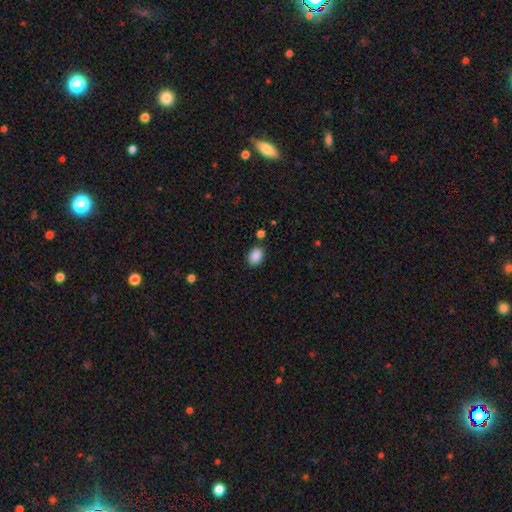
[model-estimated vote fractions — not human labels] Smooth or featured? smooth (88%)
How rounded? in between (71%)
Merging? none (82%)